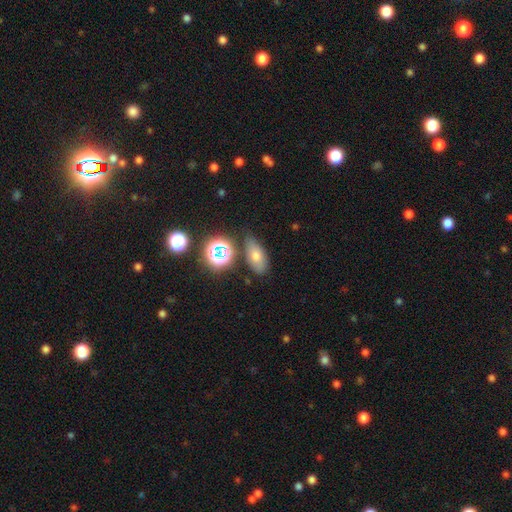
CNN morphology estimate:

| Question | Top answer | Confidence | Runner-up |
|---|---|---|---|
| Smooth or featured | smooth | 55% | star or artifact (26%) |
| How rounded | in between | 77% | round (15%) |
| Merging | none | 74% | minor disturbance (15%) |